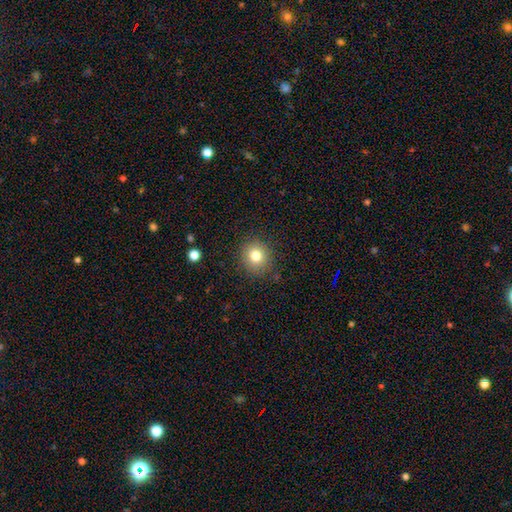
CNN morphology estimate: The model was most divided on "smooth or featured": smooth: 80%, star or artifact: 12%, featured or disk: 8%. More confident: merging — none (87%); how rounded — round (87%).